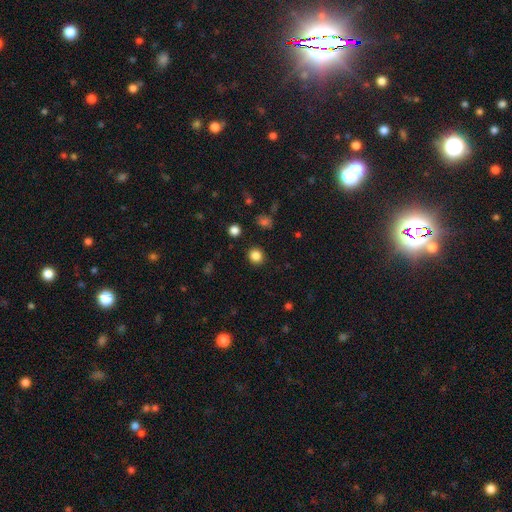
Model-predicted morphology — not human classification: The model was most divided on "how rounded": round: 85%, in between: 14%, cigar-shaped: 1%. More confident: merging — none (90%); smooth or featured — smooth (85%).